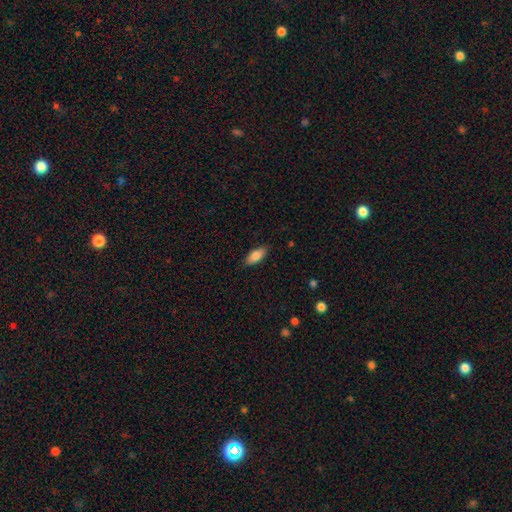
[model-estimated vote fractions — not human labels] Smooth or featured?
  - smooth: 84% *
  - featured or disk: 9%
  - star or artifact: 6%
How rounded?
  - in between: 86% *
  - cigar-shaped: 12%
  - round: 2%
Merging?
  - none: 87% *
  - minor disturbance: 10%
  - major disturbance: 2%
  - merger: 1%